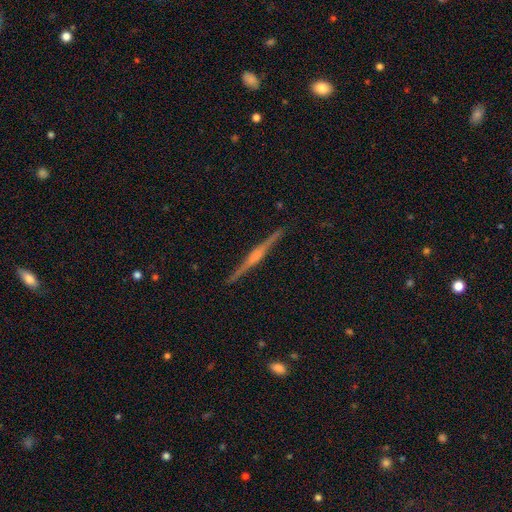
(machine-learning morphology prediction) Q: Smooth or featured?
A: featured or disk (83%); runner-up: smooth (12%)
Q: Edge-on disk?
A: yes (99%); runner-up: no (1%)
Q: Edge-on bulge?
A: rounded (63%); runner-up: boxy (22%)
Q: Merging?
A: none (92%); runner-up: minor disturbance (5%)